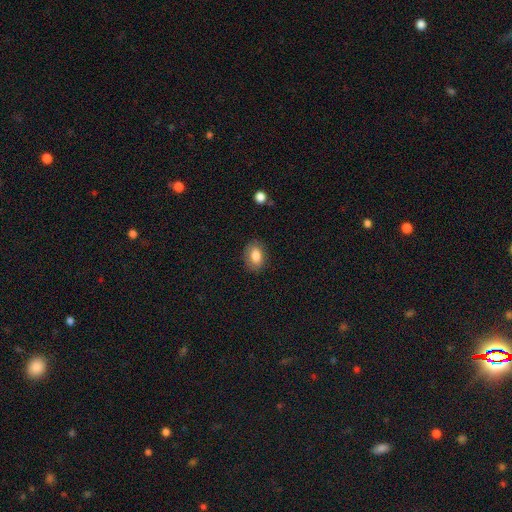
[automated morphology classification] smooth 83%, featured or disk 9%, star or artifact 8%. Down the decision tree: how rounded — in between (82%); merging — none (83%).